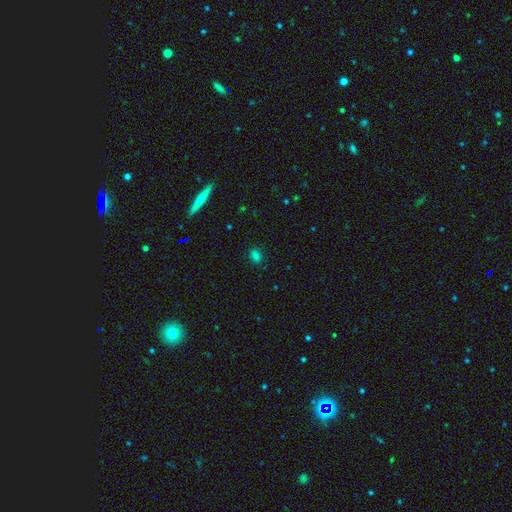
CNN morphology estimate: This appears to be a smooth galaxy with no disk features (78%) that is in between round and cigar-shaped (70%). Merging: none (86%).